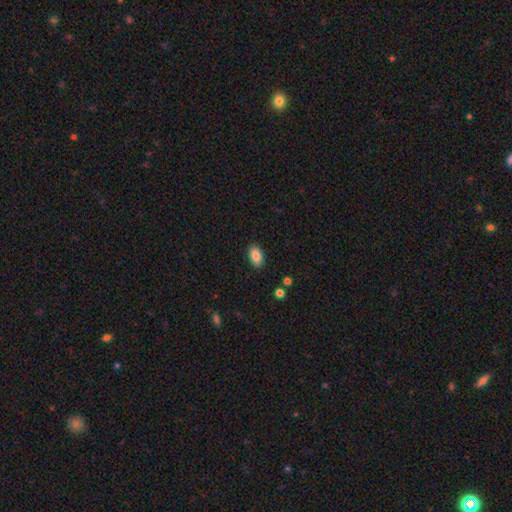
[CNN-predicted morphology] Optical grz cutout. It shows a smooth galaxy with no disk features (87%) that is in between round and cigar-shaped (92%). Merging: none (89%).